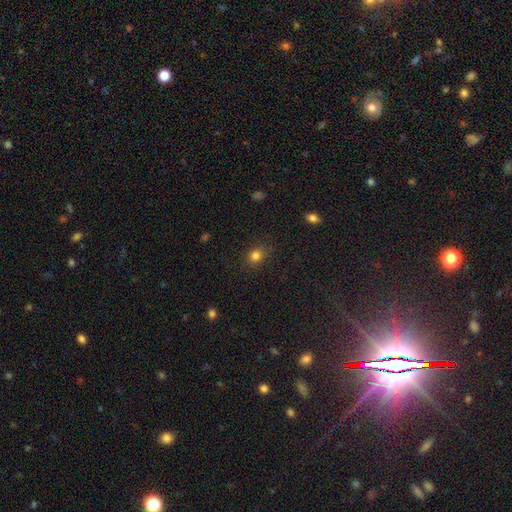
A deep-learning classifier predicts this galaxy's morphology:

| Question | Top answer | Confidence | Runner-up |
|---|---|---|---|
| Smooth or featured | smooth | 82% | star or artifact (13%) |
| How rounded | round | 61% | in between (38%) |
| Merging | none | 83% | minor disturbance (12%) |